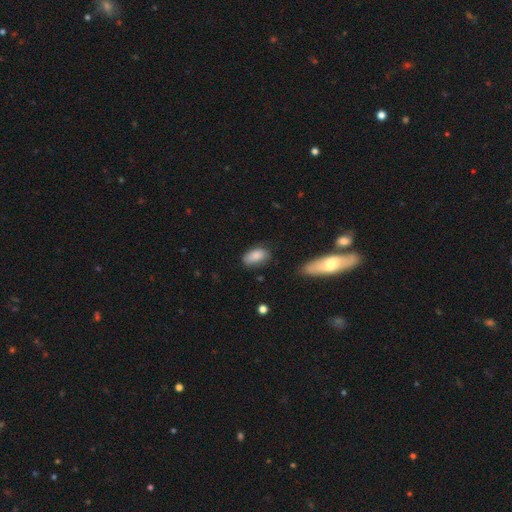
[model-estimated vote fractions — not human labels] Morphology: type=smooth (83%); roundness=in between (92%); merging=none (68%).